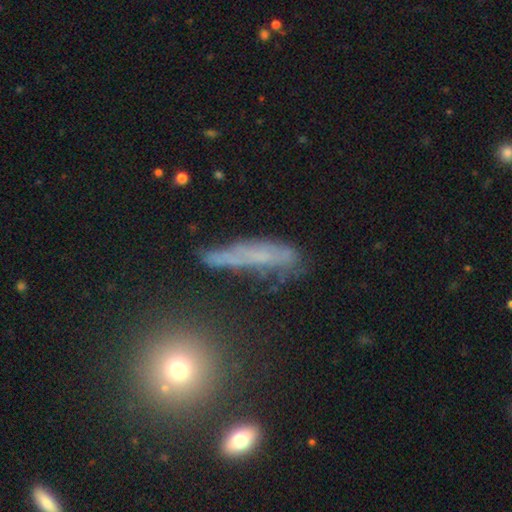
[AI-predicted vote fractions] smooth_or_featured: featured or disk (p=0.46) [alt: smooth p=0.36]
merging: none (p=0.58) [alt: minor disturbance p=0.24]